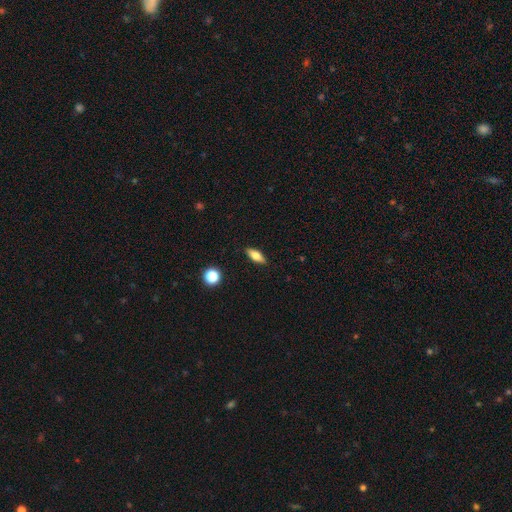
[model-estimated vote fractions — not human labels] Smooth or featured? smooth (69%)
How rounded? in between (72%)
Merging? none (89%)